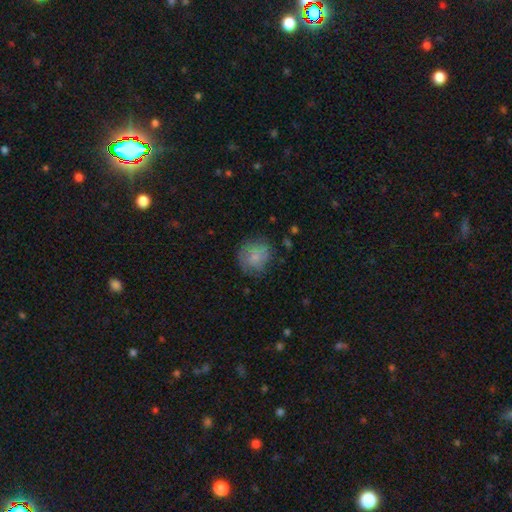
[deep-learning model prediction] This is likely a smooth galaxy (69%). How rounded: clearly round (84%). Merging: likely none (67%).